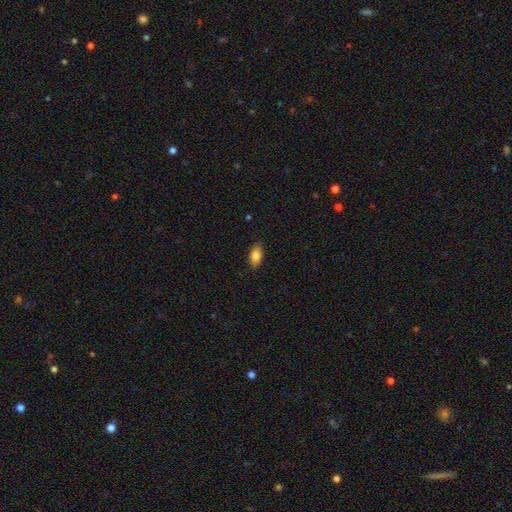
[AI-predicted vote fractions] Smooth or featured: smooth — 85% (featured or disk — 8%)
How rounded: in between — 91% (cigar-shaped — 5%)
Merging: none — 88% (minor disturbance — 9%)